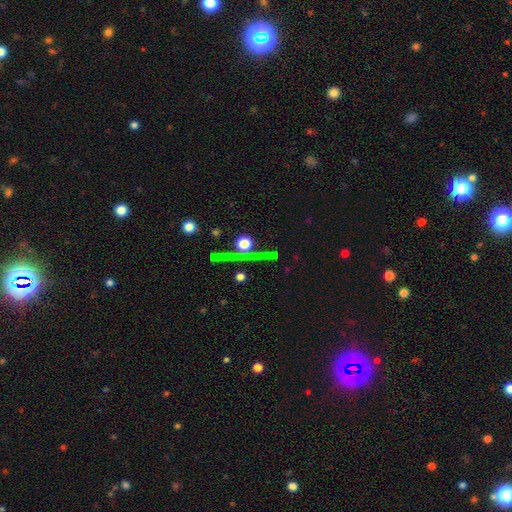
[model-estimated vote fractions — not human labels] star or artifact 55%, featured or disk 28%, smooth 17%.